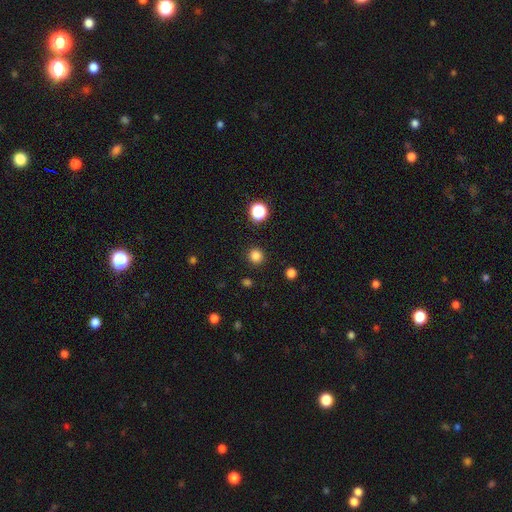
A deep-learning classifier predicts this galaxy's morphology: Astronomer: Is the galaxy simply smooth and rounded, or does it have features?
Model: smooth — 82%.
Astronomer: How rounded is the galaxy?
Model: round — 93%.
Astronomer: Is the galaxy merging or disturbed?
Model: none — 91%.